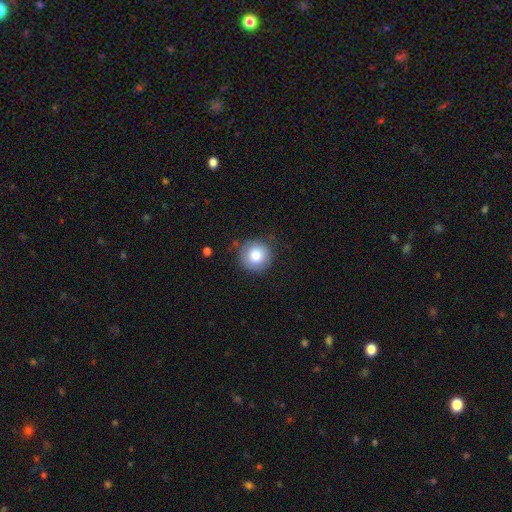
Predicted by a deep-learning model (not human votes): The model was most divided on "merging": none: 80%, minor disturbance: 14%, major disturbance: 4%, merger: 2%. More confident: how rounded — round (93%); smooth or featured — smooth (82%).